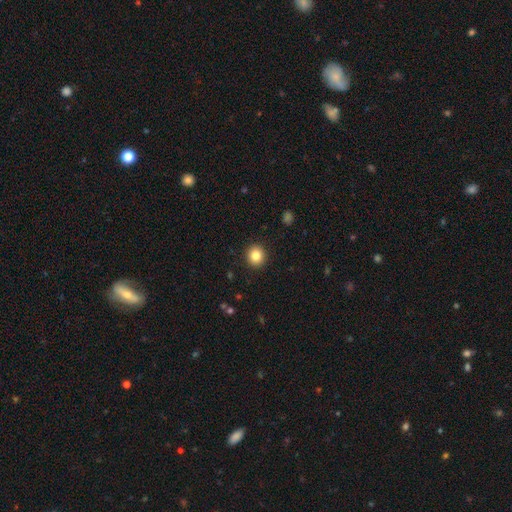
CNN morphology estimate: smooth 83%, star or artifact 10%, featured or disk 6%. Down the decision tree: how rounded — round (89%); merging — none (92%).